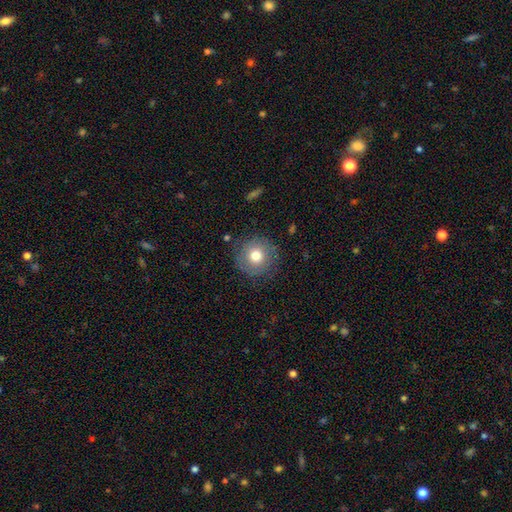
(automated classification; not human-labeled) Overall: smooth (73%). How rounded: round (94%). Merging: none (84%).